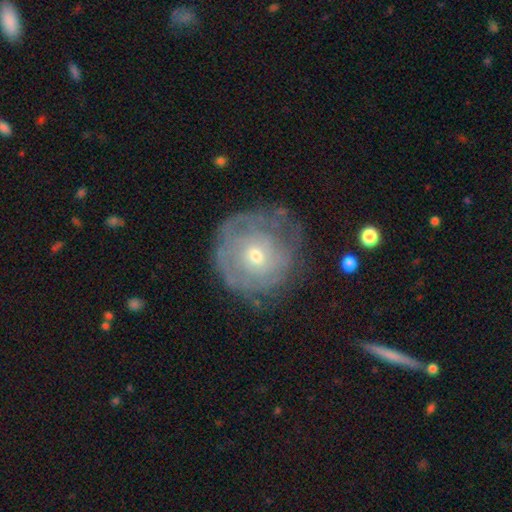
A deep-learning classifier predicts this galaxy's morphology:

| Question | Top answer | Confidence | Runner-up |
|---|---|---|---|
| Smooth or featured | featured or disk | 64% | smooth (28%) |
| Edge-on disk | no | 97% | yes (3%) |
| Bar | no | 79% | weak (18%) |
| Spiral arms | yes | 66% | no (34%) |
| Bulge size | small | 55% | moderate (41%) |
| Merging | none | 65% | minor disturbance (21%) |